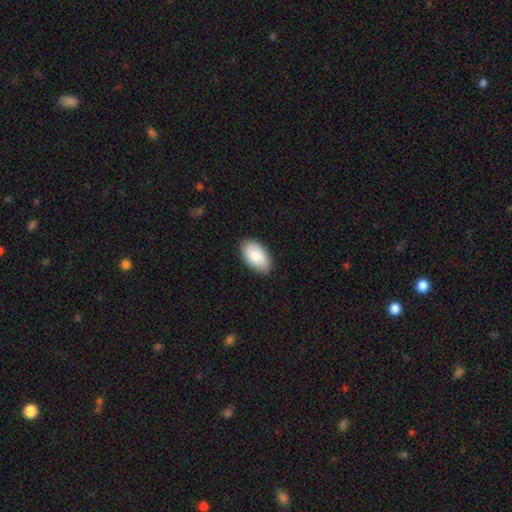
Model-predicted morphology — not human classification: The model was most divided on "smooth or featured": smooth: 86%, featured or disk: 9%, star or artifact: 5%. More confident: how rounded — in between (95%); merging — none (88%).